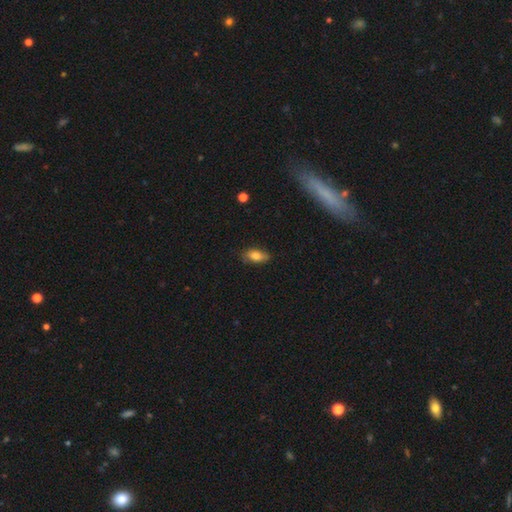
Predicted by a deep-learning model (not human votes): A smooth galaxy with no disk features (75%) that is in between round and cigar-shaped (83%).

Vote fractions:
- Smooth or featured? smooth: 75% / featured or disk: 17% / star or artifact: 8%
- How rounded? in between: 83% / cigar-shaped: 11% / round: 6%
- Merging? none: 75% / minor disturbance: 20% / major disturbance: 4% / merger: 2%